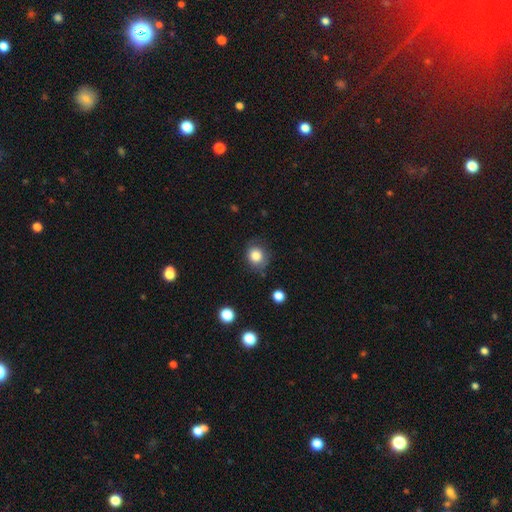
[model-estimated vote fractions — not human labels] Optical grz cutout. It shows a smooth galaxy with no disk features (83%) that is round (78%). Merging: none (74%).